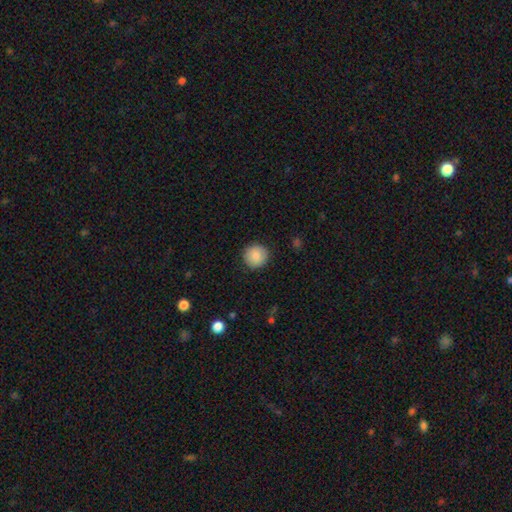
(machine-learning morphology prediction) Smooth or featured? Predicted: smooth (p=0.85). How rounded? Predicted: round (p=0.93). Merging? Predicted: none (p=0.89).